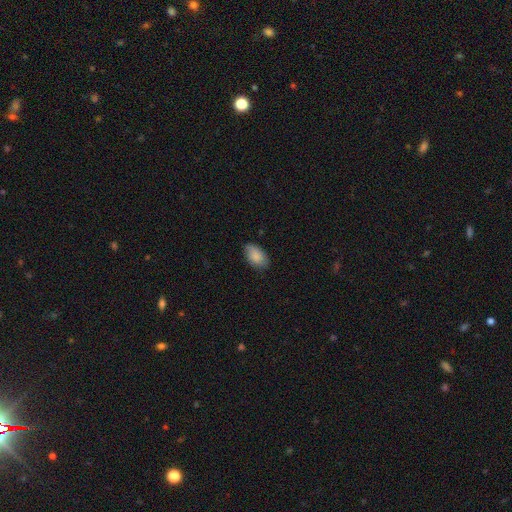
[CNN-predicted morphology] Smooth or featured?
  - smooth: 86% *
  - featured or disk: 8%
  - star or artifact: 6%
How rounded?
  - in between: 94% *
  - round: 5%
  - cigar-shaped: 2%
Merging?
  - none: 80% *
  - minor disturbance: 16%
  - major disturbance: 3%
  - merger: 1%